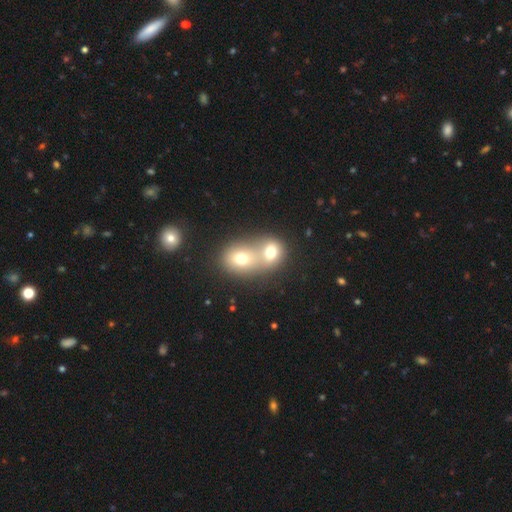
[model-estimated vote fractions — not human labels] Smooth or featured: smooth — 60% (featured or disk — 22%)
How rounded: round — 67% (in between — 31%)
Merging: merger — 75% (none — 19%)